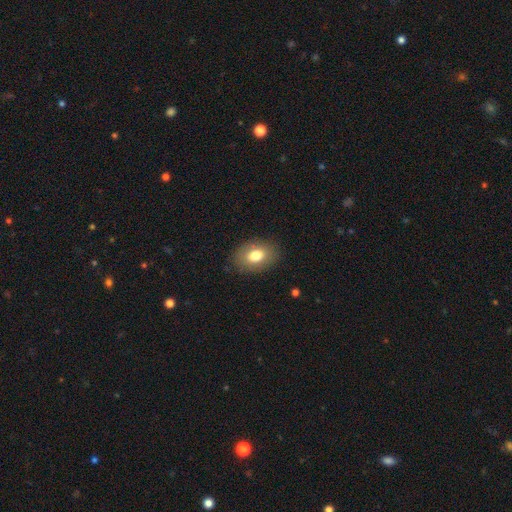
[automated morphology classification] type=smooth (76%); roundness=in between (81%); merging=none (85%).